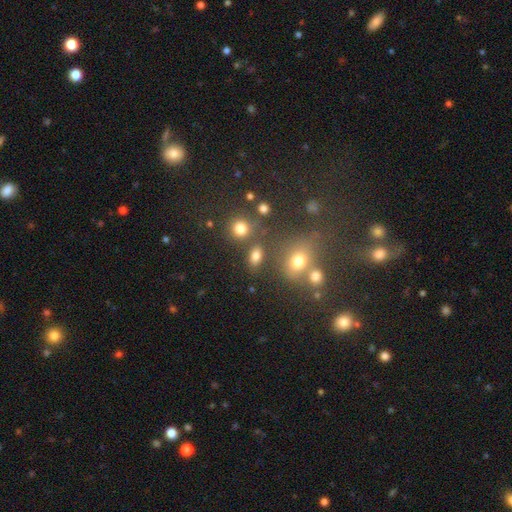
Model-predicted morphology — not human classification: smooth 77%, star or artifact 15%, featured or disk 8%. Down the decision tree: how rounded — in between (71%); merging — none (68%).